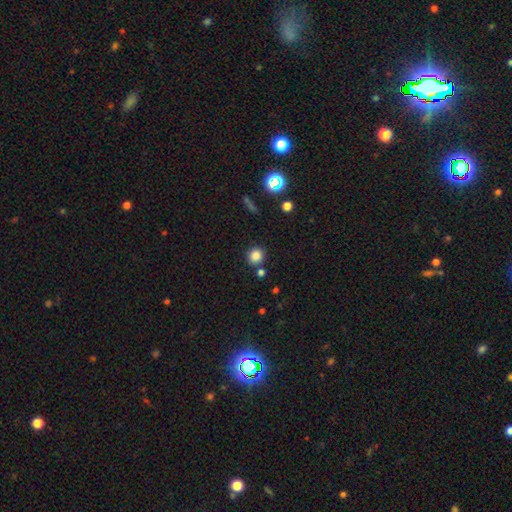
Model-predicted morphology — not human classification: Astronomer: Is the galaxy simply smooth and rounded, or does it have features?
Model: smooth — 84%.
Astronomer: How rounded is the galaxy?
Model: round — 91%.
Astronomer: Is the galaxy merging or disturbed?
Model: none — 82%.